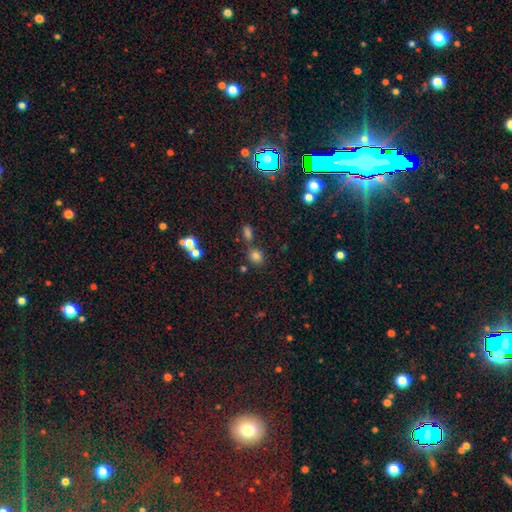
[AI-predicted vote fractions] Smooth or featured? Predicted: smooth (p=0.77). How rounded? Predicted: round (p=0.56). Merging? Predicted: none (p=0.63).